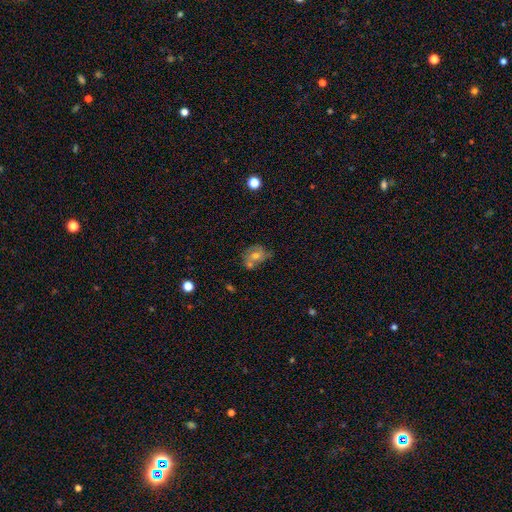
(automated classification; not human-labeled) Smooth or featured: featured or disk — 44% (smooth — 43%)
Merging: none — 40% (merger — 30%)